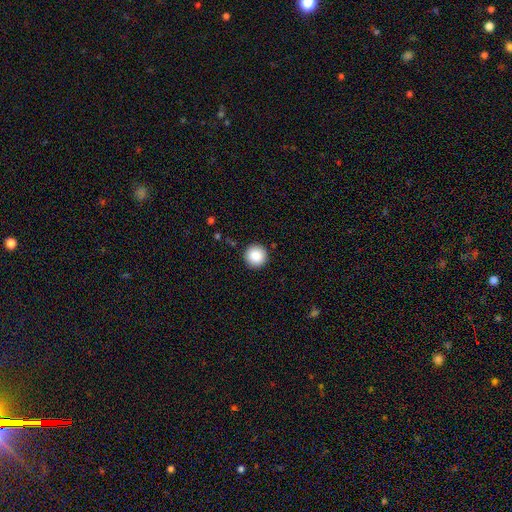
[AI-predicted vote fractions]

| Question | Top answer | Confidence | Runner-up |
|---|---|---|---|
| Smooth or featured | smooth | 87% | star or artifact (8%) |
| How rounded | round | 97% | in between (2%) |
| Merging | none | 92% | minor disturbance (5%) |